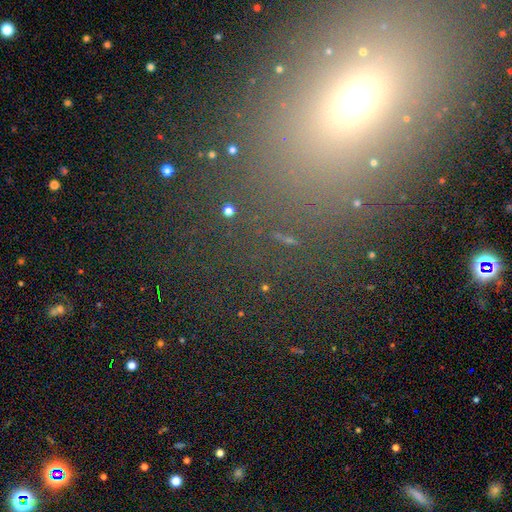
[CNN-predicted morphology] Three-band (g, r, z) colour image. It shows a smooth galaxy with no disk features (44%, tied with star or artifact). Merging: none (78%).